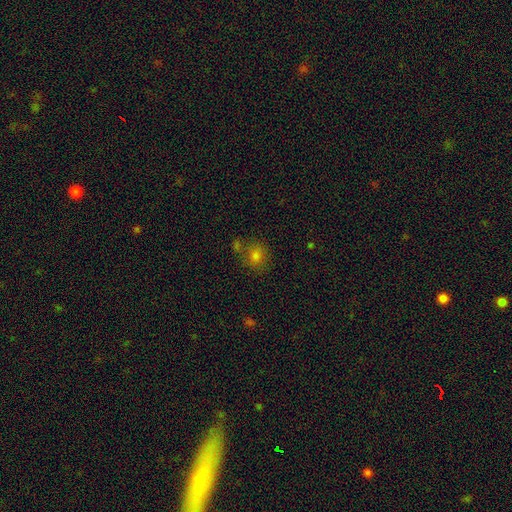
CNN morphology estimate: Smooth or featured: smooth — 76% (star or artifact — 15%)
How rounded: round — 79% (in between — 20%)
Merging: none — 64% (merger — 18%)